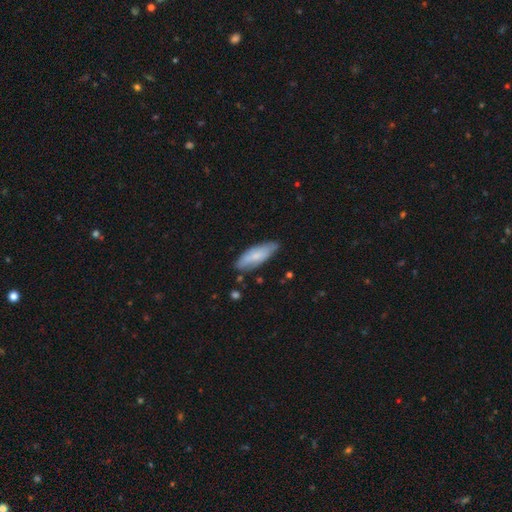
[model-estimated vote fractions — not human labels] smooth-or-featured: smooth: 68% | featured or disk: 26% | star or artifact: 6%
  how-rounded: in between: 63% | cigar-shaped: 36% | round: 2%
  merging: none: 74% | minor disturbance: 21% | major disturbance: 3% | merger: 2%